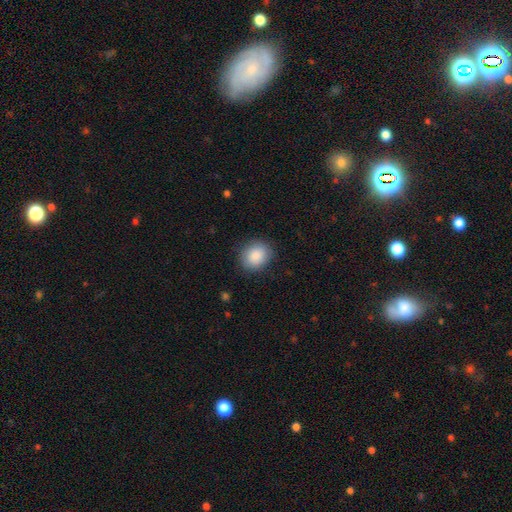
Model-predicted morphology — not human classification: Smooth or featured: smooth — 88% (star or artifact — 7%)
How rounded: round — 68% (in between — 31%)
Merging: none — 86% (minor disturbance — 10%)